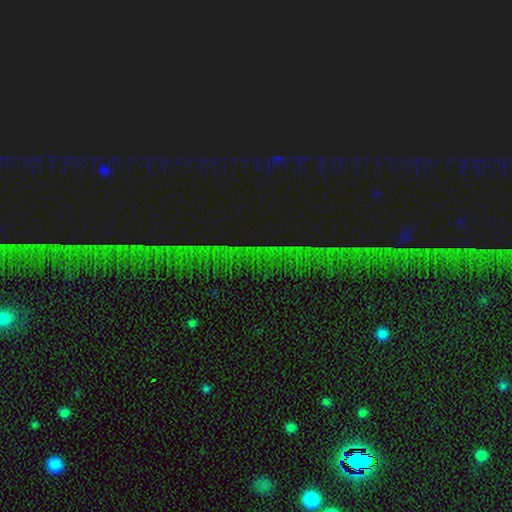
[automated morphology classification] Overall: star or artifact (87%).